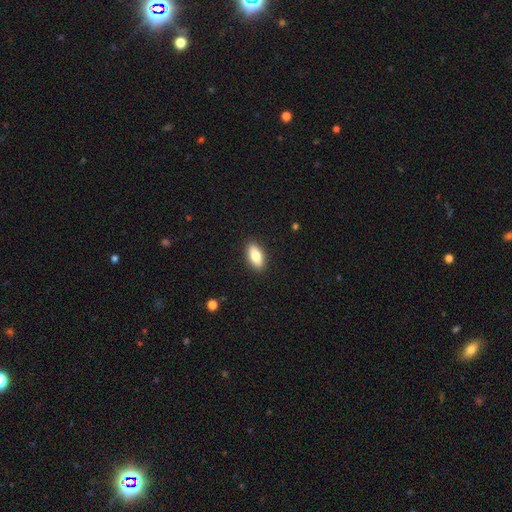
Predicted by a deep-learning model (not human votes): A smooth galaxy with no disk features (80%) that is in between round and cigar-shaped (84%).

Vote fractions:
- Smooth or featured? smooth: 80% / featured or disk: 13% / star or artifact: 6%
- How rounded? in between: 84% / cigar-shaped: 13% / round: 3%
- Merging? none: 90% / minor disturbance: 8% / major disturbance: 2% / merger: 1%